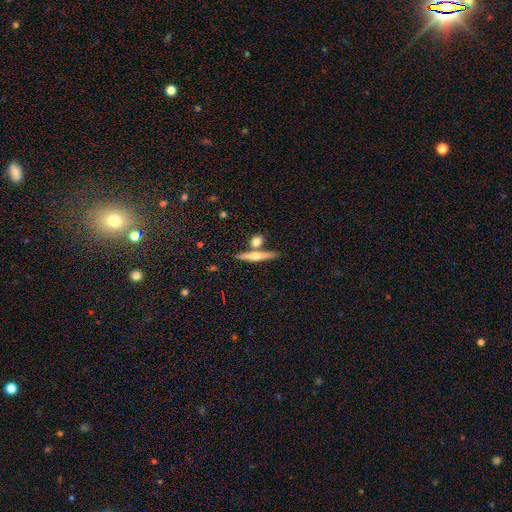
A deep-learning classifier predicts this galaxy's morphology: Smooth or featured: featured or disk — 55% (smooth — 38%)
Edge-on disk: yes — 96% (no — 4%)
Edge-on bulge: rounded — 83% (none — 12%)
Merging: none — 74% (merger — 16%)